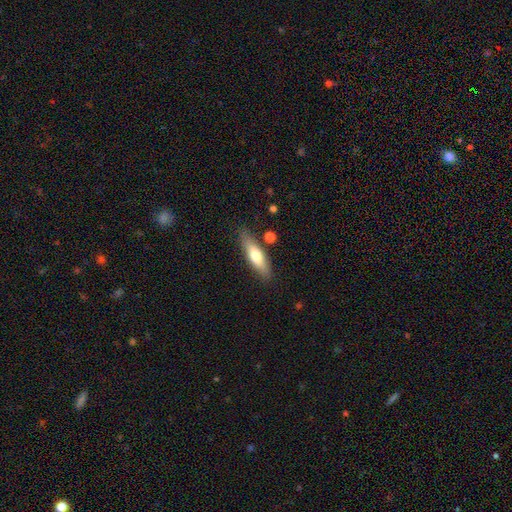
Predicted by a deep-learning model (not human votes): Morphology: type=smooth (64%); roundness=cigar-shaped (63%); merging=none (80%).